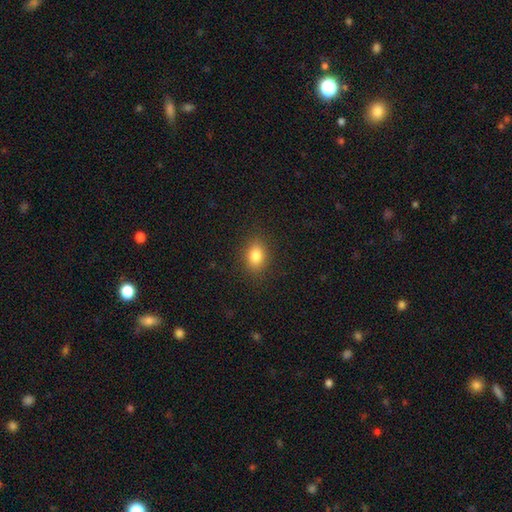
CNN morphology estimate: Smooth or featured? smooth (83%)
How rounded? in between (71%)
Merging? none (88%)